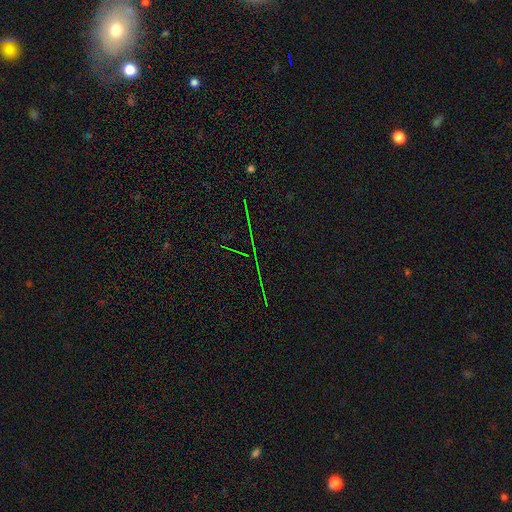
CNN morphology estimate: Smooth or featured?
  - star or artifact: 80% *
  - featured or disk: 10%
  - smooth: 10%